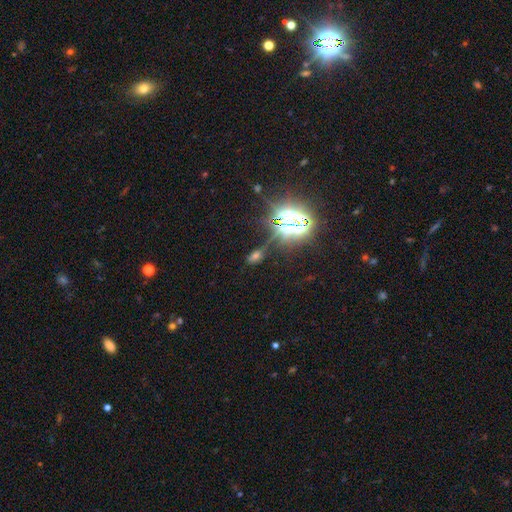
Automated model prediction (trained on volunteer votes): Q: Smooth or featured?
A: star or artifact (56%); runner-up: smooth (29%)